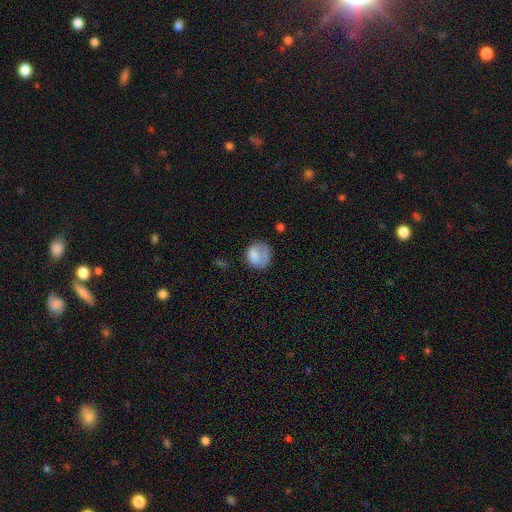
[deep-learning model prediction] smooth-or-featured: smooth: 77% | featured or disk: 14% | star or artifact: 9%
  how-rounded: round: 72% | in between: 27% | cigar-shaped: 1%
  merging: none: 47% | minor disturbance: 27% | major disturbance: 22% | merger: 4%